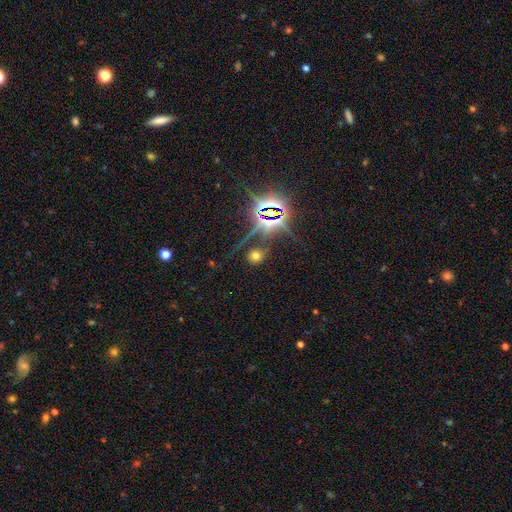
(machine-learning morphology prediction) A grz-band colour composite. It shows a smooth galaxy with no disk features (49%). Merging: none (75%).